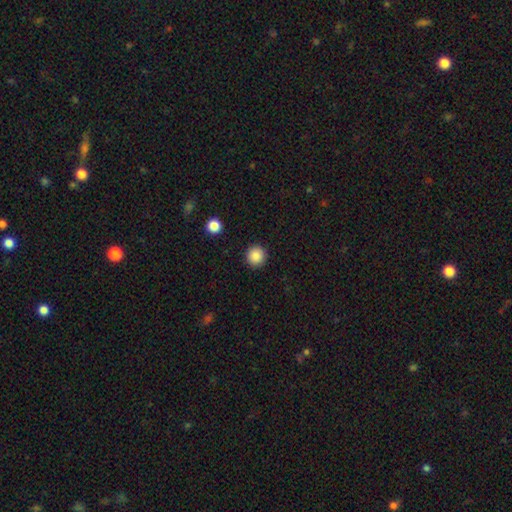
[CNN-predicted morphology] This appears to be a smooth galaxy with no disk features (87%) that is round (95%). Merging: none (92%).